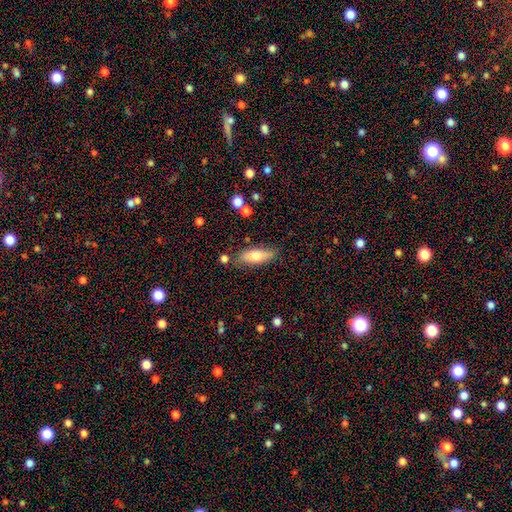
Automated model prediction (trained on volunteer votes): smooth 68%, featured or disk 25%, star or artifact 7%. Down the decision tree: how rounded — in between (66%); merging — none (79%).